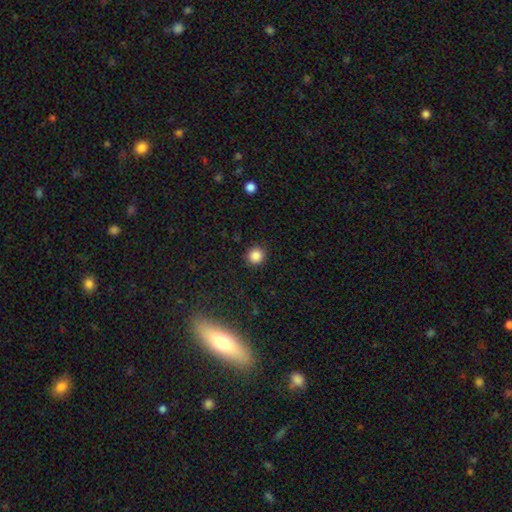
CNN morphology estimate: Smooth or featured: smooth — 86% (star or artifact — 11%)
How rounded: round — 93% (in between — 6%)
Merging: none — 91% (minor disturbance — 6%)